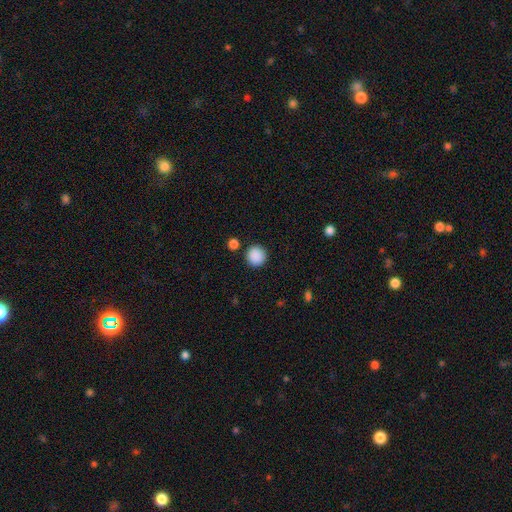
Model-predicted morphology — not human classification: Smooth or featured?
  - smooth: 89% *
  - star or artifact: 9%
  - featured or disk: 2%
How rounded?
  - round: 95% *
  - in between: 4%
  - cigar-shaped: 1%
Merging?
  - none: 89% *
  - minor disturbance: 5%
  - merger: 3%
  - major disturbance: 2%